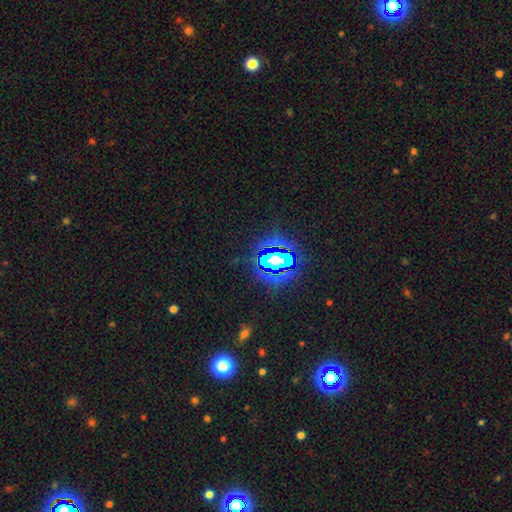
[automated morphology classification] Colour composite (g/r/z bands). It shows a star or artifact, not a galaxy (80%).